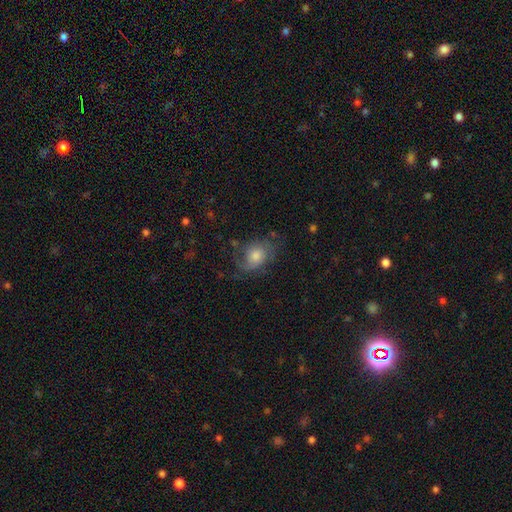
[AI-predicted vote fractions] Smooth or featured? smooth (44%, tied with featured or disk)
Merging? none (60%)